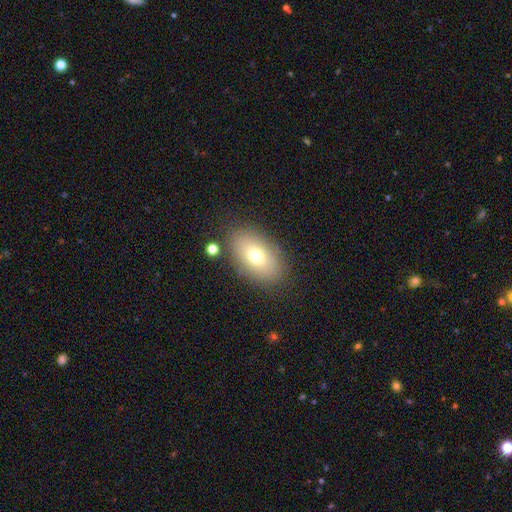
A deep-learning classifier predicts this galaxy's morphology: Q: Smooth or featured?
A: smooth (72%); runner-up: featured or disk (18%)
Q: How rounded?
A: in between (89%); runner-up: round (9%)
Q: Merging?
A: none (82%); runner-up: minor disturbance (11%)